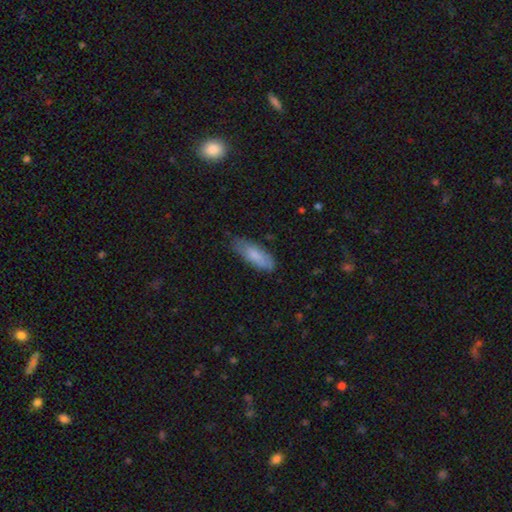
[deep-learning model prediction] Smooth or featured? Predicted: smooth (p=0.80). How rounded? Predicted: in between (p=0.65). Merging? Predicted: none (p=0.71).